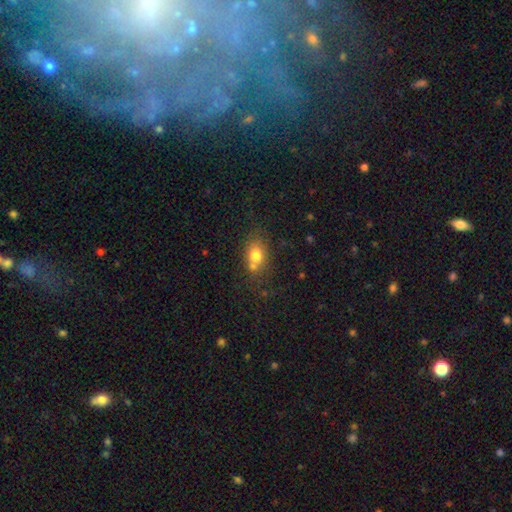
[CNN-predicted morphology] Q: Smooth or featured?
A: smooth (76%); runner-up: featured or disk (13%)
Q: How rounded?
A: in between (62%); runner-up: round (36%)
Q: Merging?
A: none (53%); runner-up: merger (25%)